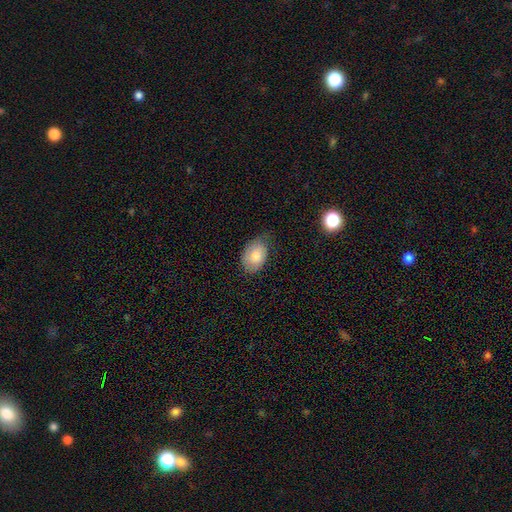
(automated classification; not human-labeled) Morphology: type=smooth (80%); roundness=in between (82%); merging=none (60%).